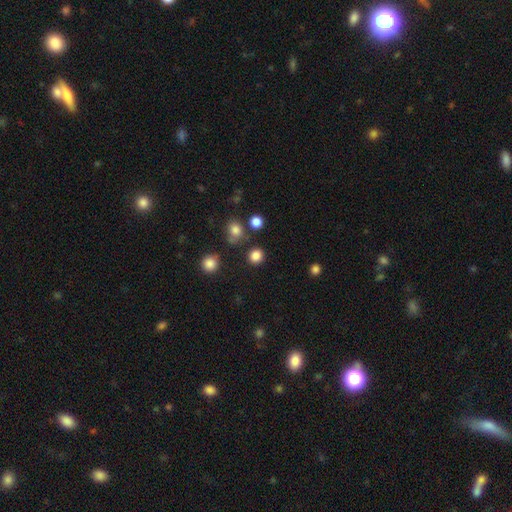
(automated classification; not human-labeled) Smooth or featured? smooth (83%)
How rounded? round (88%)
Merging? none (85%)